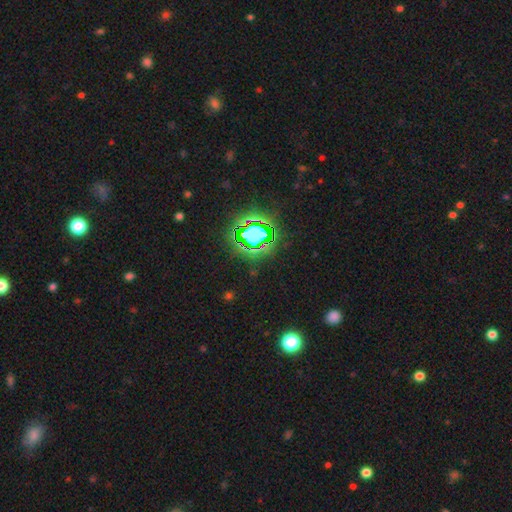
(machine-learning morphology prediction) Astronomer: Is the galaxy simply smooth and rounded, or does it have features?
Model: star or artifact — 78%.